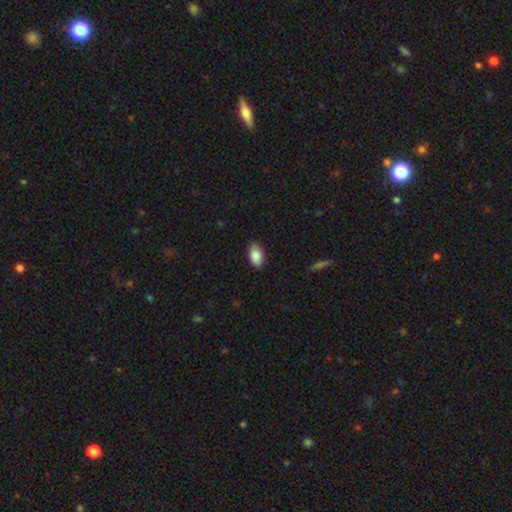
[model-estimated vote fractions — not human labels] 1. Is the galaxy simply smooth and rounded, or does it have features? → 88% smooth, 7% star or artifact, 6% featured or disk.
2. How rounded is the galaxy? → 93% in between, 5% round, 2% cigar-shaped.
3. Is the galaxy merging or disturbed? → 84% none, 12% minor disturbance, 2% major disturbance, 1% merger.